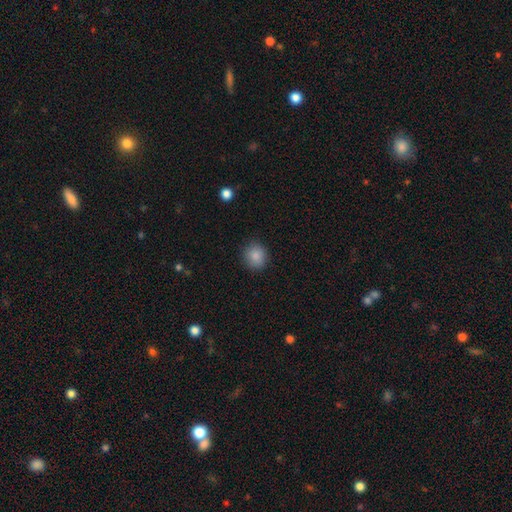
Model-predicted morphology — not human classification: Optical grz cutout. It shows a smooth galaxy with no disk features (86%) that is round (82%). Merging: none (88%).